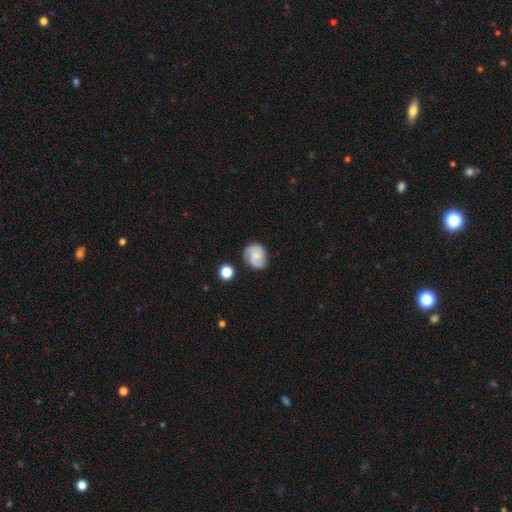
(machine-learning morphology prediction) Smooth or featured: featured or disk — 60% (smooth — 32%)
Edge-on disk: no — 98% (yes — 2%)
Bar: no — 70% (weak — 26%)
Spiral arms: yes — 93% (no — 7%)
Spiral winding: tight — 43% (medium — 42%)
Spiral arm count: 2 — 59% (3 — 18%)
Bulge size: small — 52% (moderate — 22%)
Merging: none — 72% (minor disturbance — 20%)